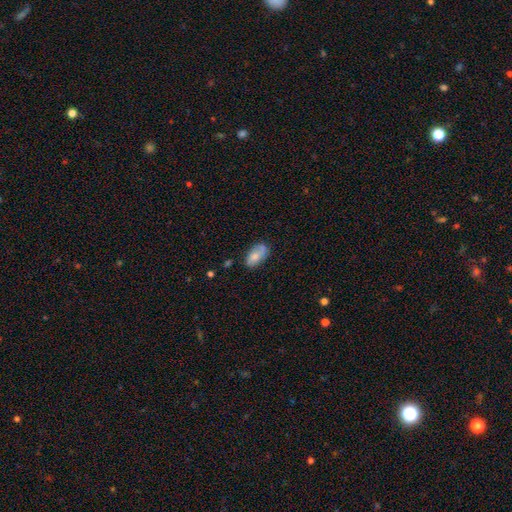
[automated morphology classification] The model was most divided on "merging": none: 61%, minor disturbance: 27%, major disturbance: 8%, merger: 4%. More confident: how rounded — in between (92%); smooth or featured — smooth (67%).